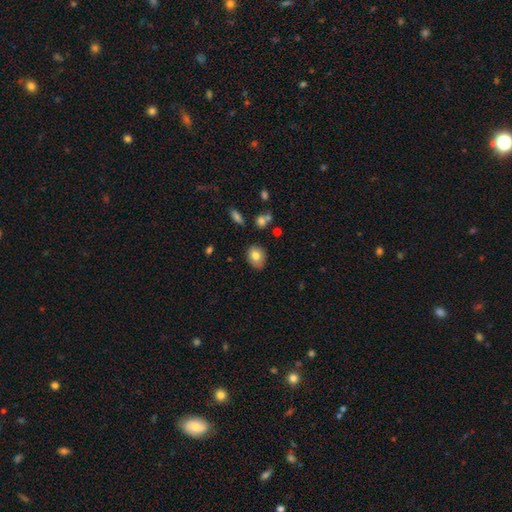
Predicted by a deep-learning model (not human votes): smooth 78%, featured or disk 13%, star or artifact 9%. Down the decision tree: how rounded — in between (56%); merging — none (80%).